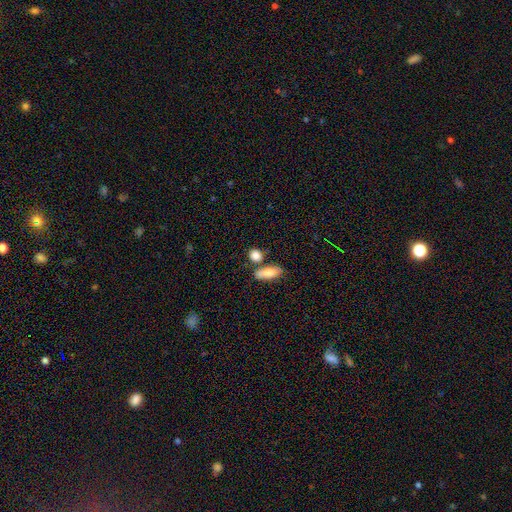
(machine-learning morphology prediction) A smooth galaxy with no disk features (85%) that is round (54%). Merging: none (62%).